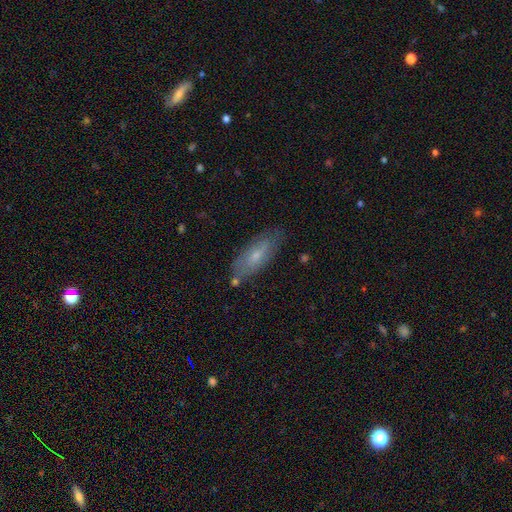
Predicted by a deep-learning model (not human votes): Overall: smooth (58%; featured or disk 34%). How rounded: in between (68%; cigar-shaped 29%). Merging: none (74%).